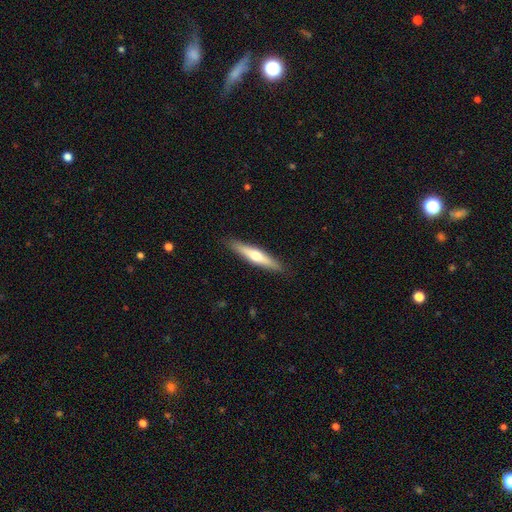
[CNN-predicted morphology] Smooth or featured? Predicted: featured or disk (p=0.49). Merging? Predicted: none (p=0.89).